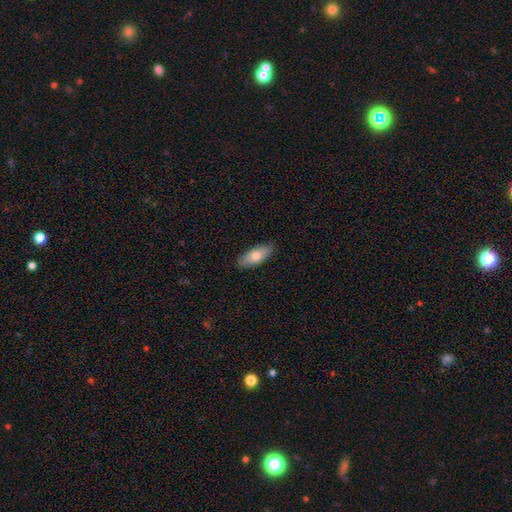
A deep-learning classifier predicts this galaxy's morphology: The model was most divided on "smooth or featured": smooth: 75%, featured or disk: 19%, star or artifact: 6%. More confident: merging — none (88%); how rounded — in between (82%).